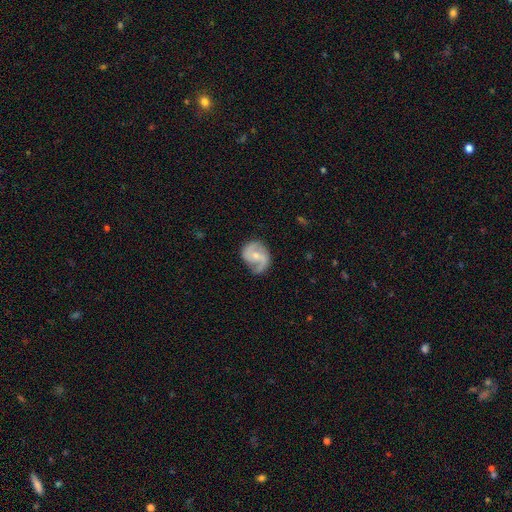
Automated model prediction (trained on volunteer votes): A featured or disk galaxy (80%) with no bar (48%), 2 (82%) medium (49%) spiral arms (95%) and a small central bulge (51%).

Vote fractions:
- Smooth or featured? featured or disk: 80% / smooth: 14% / star or artifact: 5%
- Edge-on disk? no: 98% / yes: 2%
- Bar? no: 48% / weak: 41% / strong: 11%
- Spiral arms? yes: 95% / no: 5%
- Spiral winding? medium: 49% / loose: 32% / tight: 20%
- Spiral arm count? 2: 82% / 1: 11% / can't tell: 4% / 3: 1% / 4: 1% / more than 4: 1%
- Bulge size? small: 51% / moderate: 43% / none: 3% / large: 2% / dominant: 1%
- Merging? none: 67% / minor disturbance: 22% / major disturbance: 9% / merger: 2%